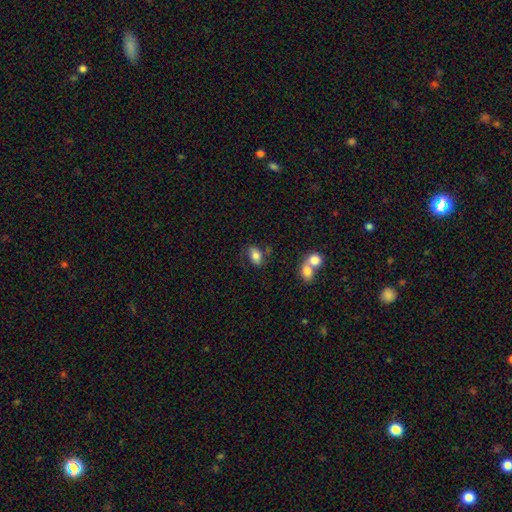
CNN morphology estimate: smooth_or_featured: smooth (p=0.76) [alt: featured or disk p=0.15]
how_rounded: in between (p=0.86) [alt: round p=0.12]
merging: none (p=0.62) [alt: minor disturbance p=0.20]